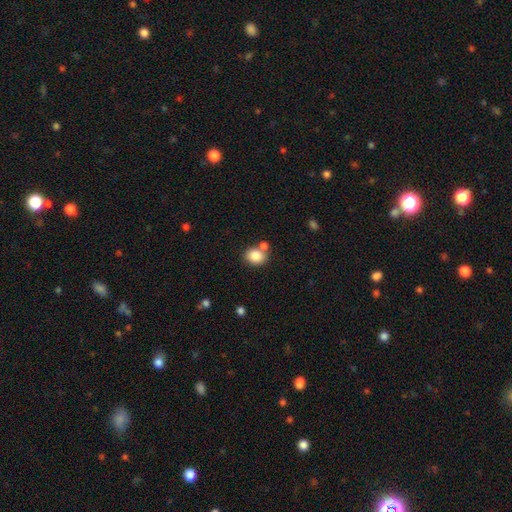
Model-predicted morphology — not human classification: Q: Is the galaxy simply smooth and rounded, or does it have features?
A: smooth — 84%.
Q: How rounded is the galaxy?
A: round — 60%.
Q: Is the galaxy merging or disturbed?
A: none — 61%.